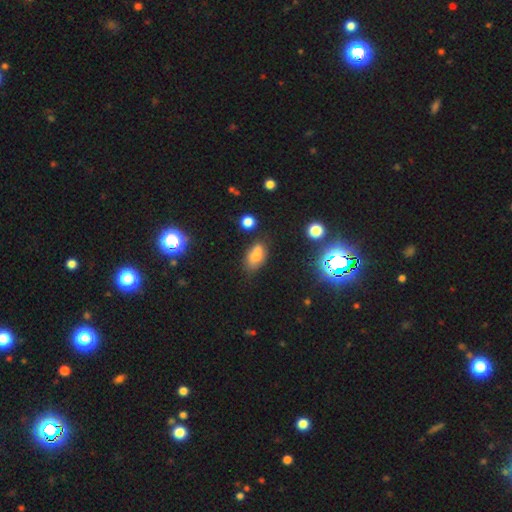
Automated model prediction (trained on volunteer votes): Smooth or featured? Predicted: smooth (p=0.65). How rounded? Predicted: in between (p=0.81). Merging? Predicted: none (p=0.46).